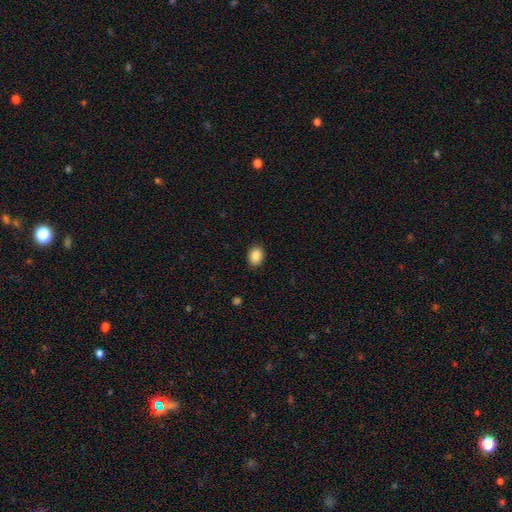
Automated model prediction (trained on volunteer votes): Smooth or featured: smooth — 88% (star or artifact — 8%)
How rounded: in between — 67% (round — 32%)
Merging: none — 89% (minor disturbance — 8%)